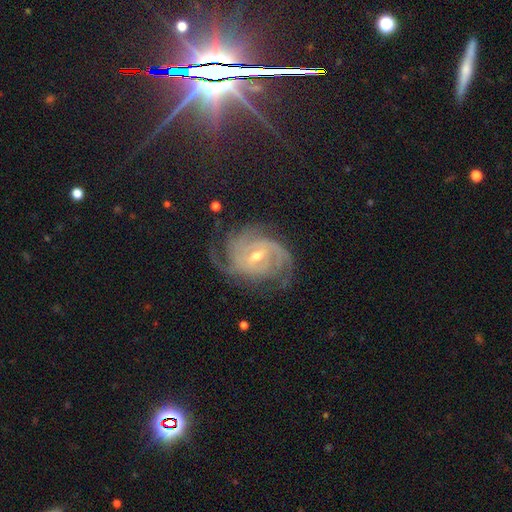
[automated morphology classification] The model was most divided on "bulge size": small: 49%, moderate: 48%, large: 1%, none: 1%, dominant: 1%. Remaining: spiral arms — yes (97%); edge-on disk — no (97%); smooth or featured — featured or disk (85%); merging — none (70%); spiral winding — tight (59%); bar — weak (50%); spiral arm count — 3 (26%).